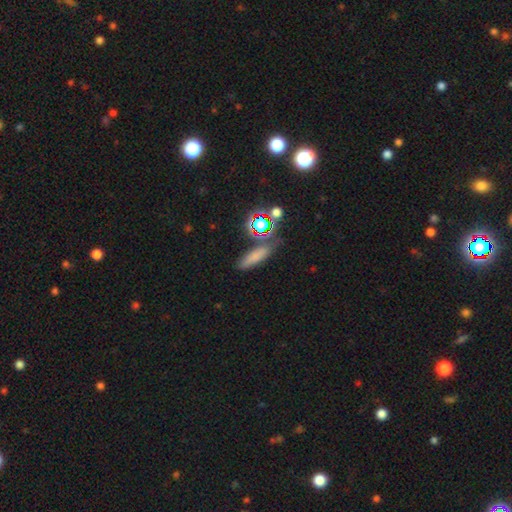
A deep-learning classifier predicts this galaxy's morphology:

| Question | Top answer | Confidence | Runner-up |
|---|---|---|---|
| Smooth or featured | smooth | 68% | star or artifact (20%) |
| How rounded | cigar-shaped | 58% | in between (34%) |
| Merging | none | 73% | minor disturbance (14%) |